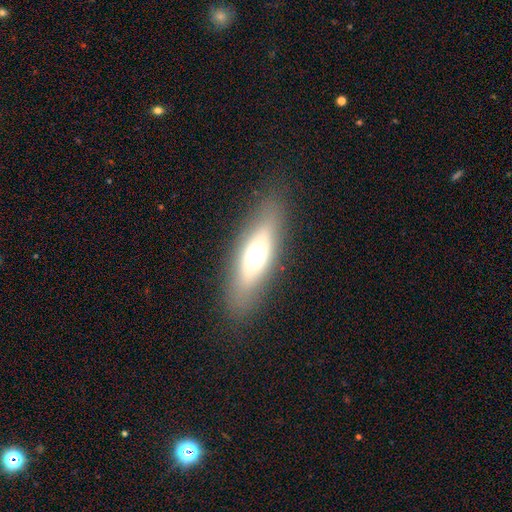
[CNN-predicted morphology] A smooth galaxy with no disk features (54%) that is in between round and cigar-shaped (52%). Merging: none (84%).